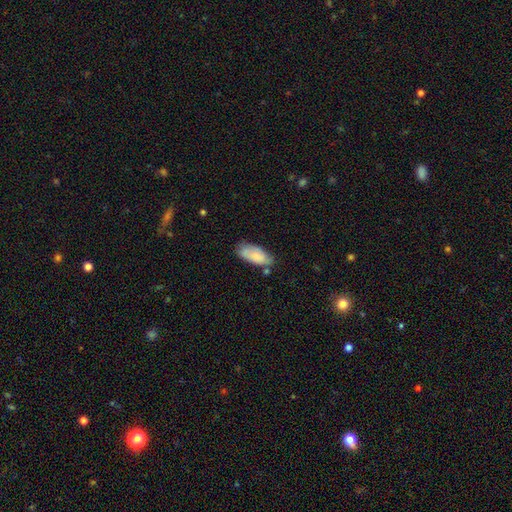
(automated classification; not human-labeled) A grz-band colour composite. It shows a smooth galaxy with no disk features (78%) that is in between round and cigar-shaped (88%). Merging: none (61%).